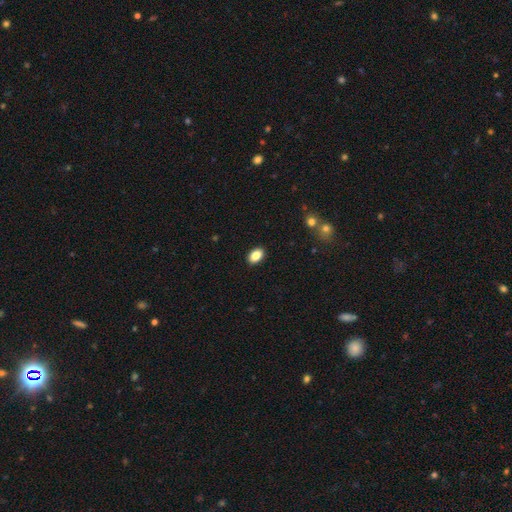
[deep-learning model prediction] Smooth or featured? smooth (86%)
How rounded? in between (88%)
Merging? none (91%)